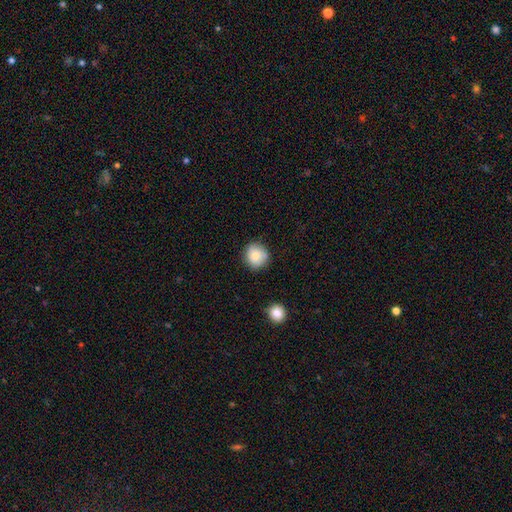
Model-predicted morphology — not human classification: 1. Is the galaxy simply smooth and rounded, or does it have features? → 81% smooth, 10% featured or disk, 8% star or artifact.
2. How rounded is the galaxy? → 89% round, 10% in between, 1% cigar-shaped.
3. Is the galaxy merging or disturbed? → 83% none, 13% minor disturbance, 3% major disturbance, 2% merger.